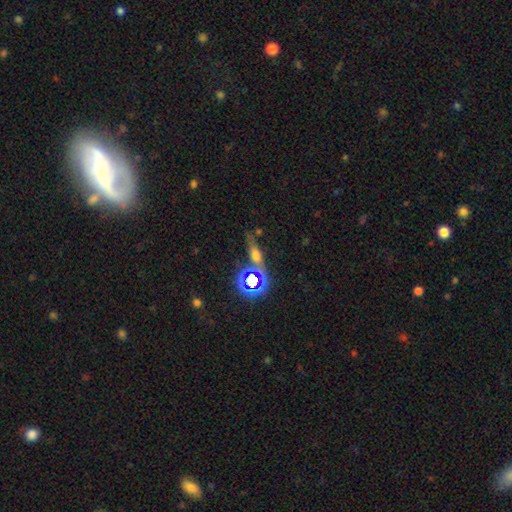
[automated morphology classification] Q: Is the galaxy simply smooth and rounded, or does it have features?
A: smooth — 46%.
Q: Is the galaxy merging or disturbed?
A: none — 60%.